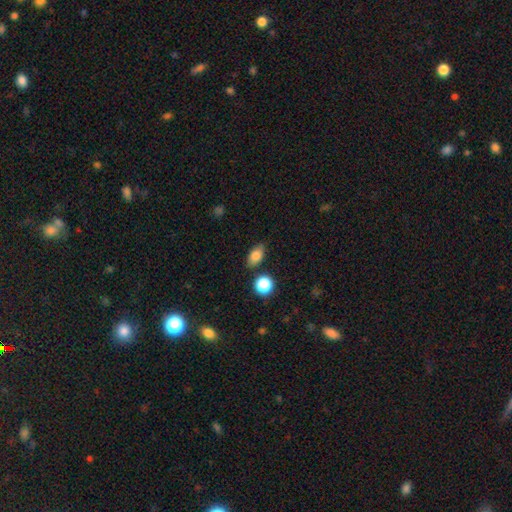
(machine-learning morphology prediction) smooth 82%, star or artifact 10%, featured or disk 8%. Down the decision tree: how rounded — in between (83%); merging — none (81%).